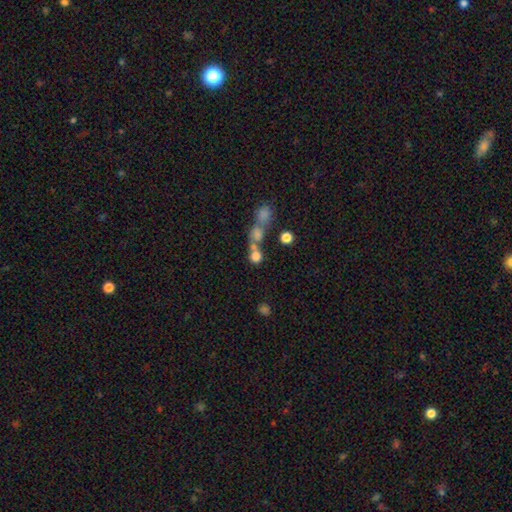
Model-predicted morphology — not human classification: Smooth or featured? smooth (70%)
How rounded? round (82%)
Merging? merger (47%)